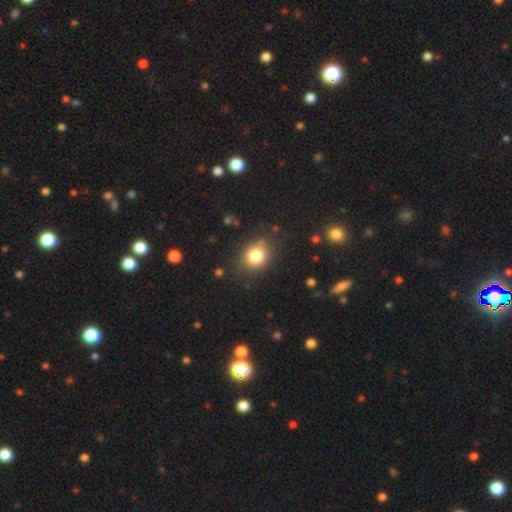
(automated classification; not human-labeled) Smooth or featured?
  - smooth: 80% *
  - star or artifact: 12%
  - featured or disk: 8%
How rounded?
  - round: 64% *
  - in between: 35%
  - cigar-shaped: 1%
Merging?
  - none: 79% *
  - minor disturbance: 13%
  - major disturbance: 4%
  - merger: 3%